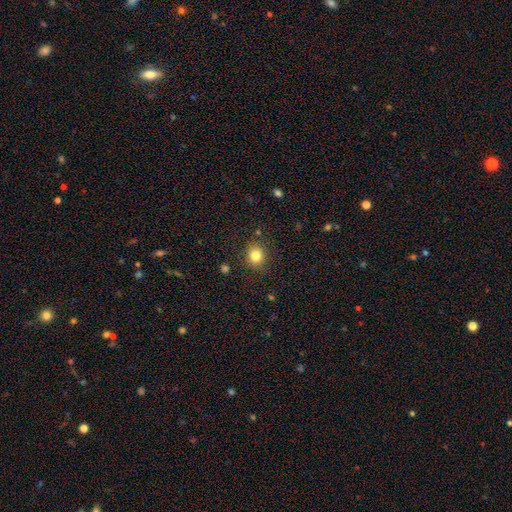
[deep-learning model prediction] This is clearly a smooth galaxy (81%). How rounded: likely round (79%). Merging: clearly none (86%).